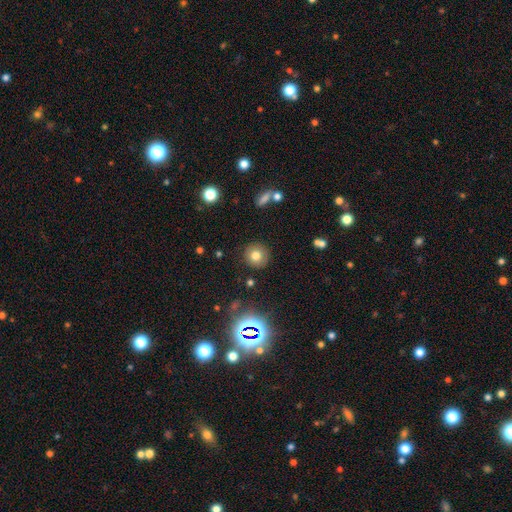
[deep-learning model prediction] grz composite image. It shows a smooth galaxy with no disk features (75%) that is round (93%). Merging: none (89%).